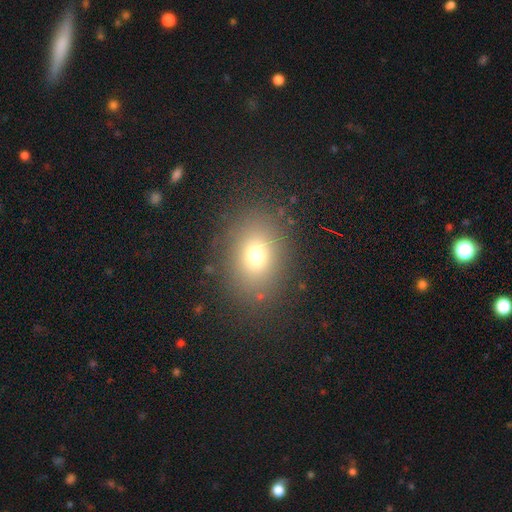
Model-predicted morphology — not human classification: smooth-or-featured: smooth: 72% | star or artifact: 16% | featured or disk: 11%
  how-rounded: in between: 61% | round: 38% | cigar-shaped: 1%
  merging: none: 84% | minor disturbance: 9% | major disturbance: 5% | merger: 2%